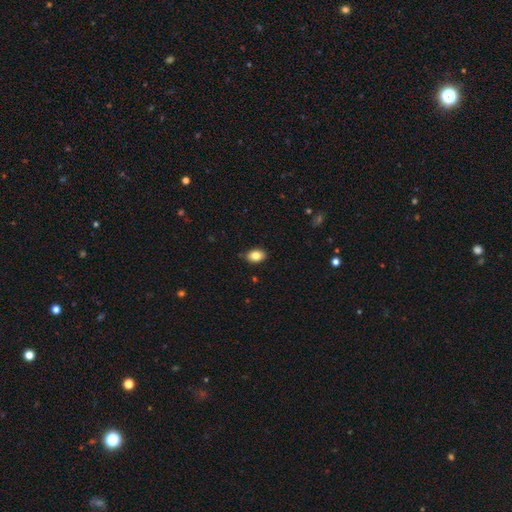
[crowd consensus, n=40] smooth-or-featured: smooth: 85% | featured or disk: 10% | star or artifact: 5%
  how-rounded: in between: 91% | round: 9% | cigar-shaped: 0%
  merging: none: 76% | minor disturbance: 18% | major disturbance: 3% | merger: 3%